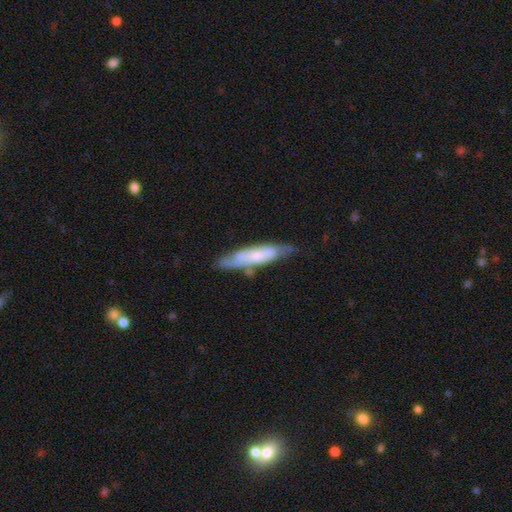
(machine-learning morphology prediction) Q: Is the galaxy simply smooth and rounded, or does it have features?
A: featured or disk — 58%.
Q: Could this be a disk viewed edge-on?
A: no — 52%.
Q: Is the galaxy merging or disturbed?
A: none — 65%.